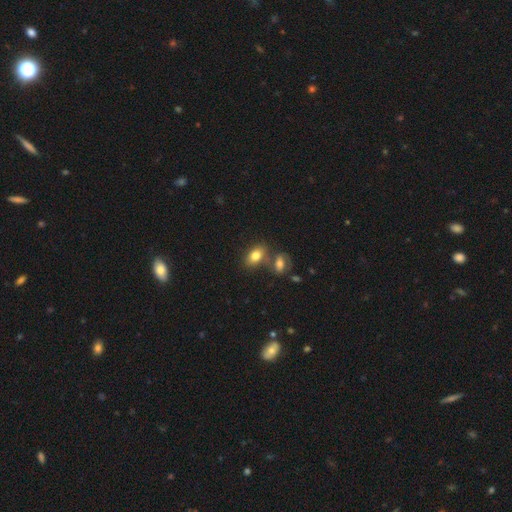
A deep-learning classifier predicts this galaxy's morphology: Overall: smooth (79%). How rounded: in between (87%). Merging: none (55%; merger 29%).